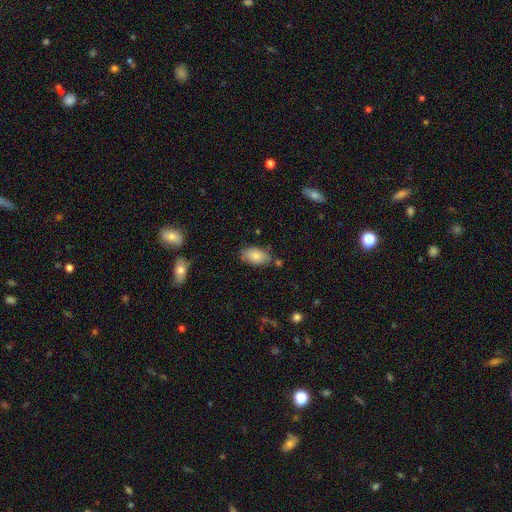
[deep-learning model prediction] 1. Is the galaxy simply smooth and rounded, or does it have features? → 84% smooth, 9% featured or disk, 7% star or artifact.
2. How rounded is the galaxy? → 93% in between, 4% round, 3% cigar-shaped.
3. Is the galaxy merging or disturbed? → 74% none, 18% minor disturbance, 5% merger, 4% major disturbance.